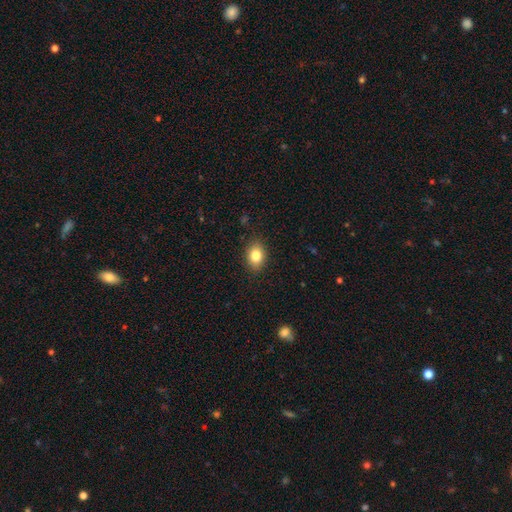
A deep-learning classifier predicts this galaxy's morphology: Overall: smooth (83%). How rounded: in between (72%). Merging: none (88%).